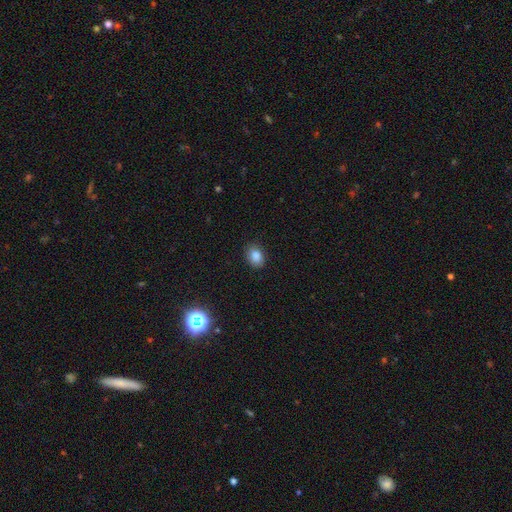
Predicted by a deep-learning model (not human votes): smooth 86%, star or artifact 10%, featured or disk 5%. Down the decision tree: how rounded — in between (71%); merging — none (85%).